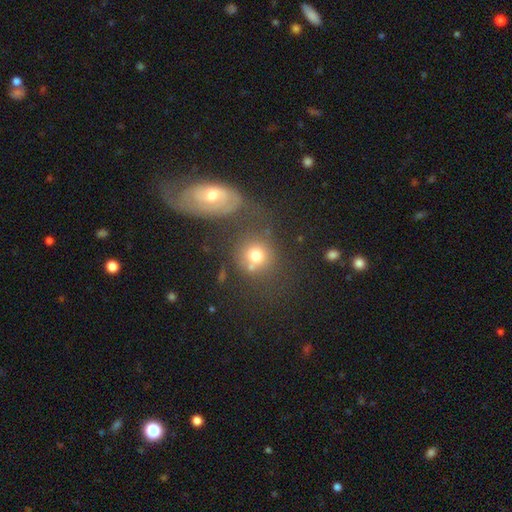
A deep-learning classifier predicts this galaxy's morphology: Smooth or featured? smooth (71%)
How rounded? round (82%)
Merging? none (54%)